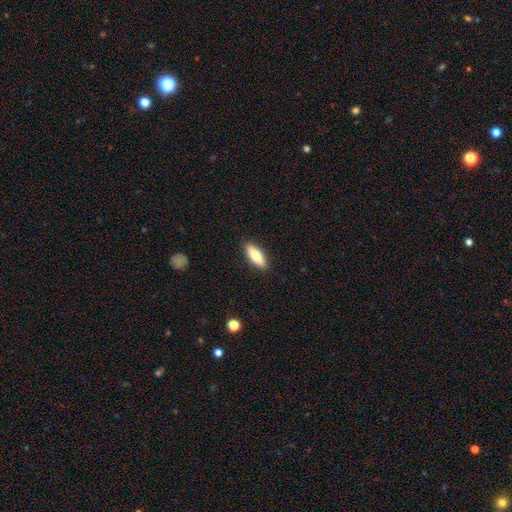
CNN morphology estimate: Smooth or featured?
  - smooth: 75% *
  - featured or disk: 20%
  - star or artifact: 6%
How rounded?
  - in between: 61% *
  - cigar-shaped: 37%
  - round: 2%
Merging?
  - none: 90% *
  - minor disturbance: 8%
  - major disturbance: 2%
  - merger: 1%